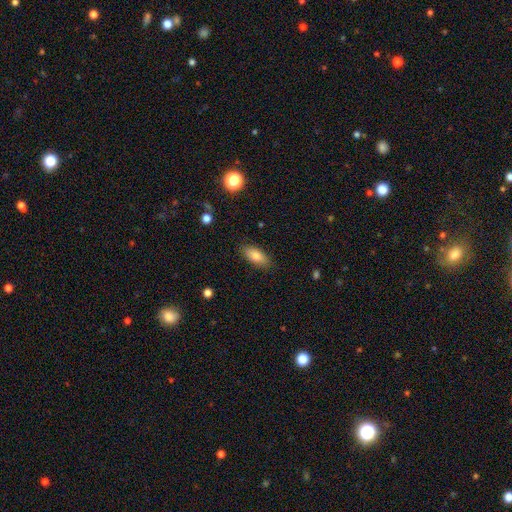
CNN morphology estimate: This is clearly a smooth galaxy (81%). How rounded: clearly in between (82%). Merging: clearly none (86%).